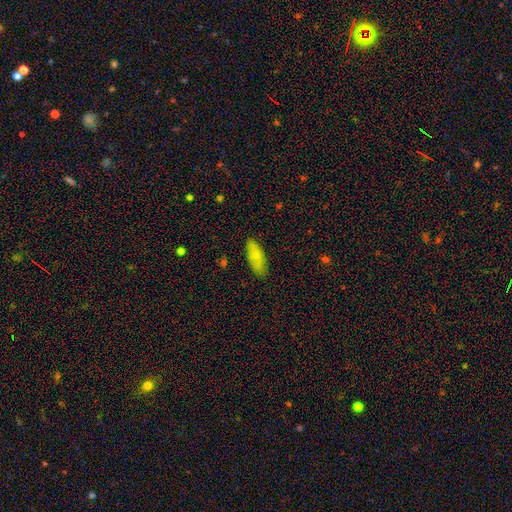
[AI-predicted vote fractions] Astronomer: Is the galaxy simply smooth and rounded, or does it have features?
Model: smooth — 79%.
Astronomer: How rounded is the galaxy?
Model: in between — 71%.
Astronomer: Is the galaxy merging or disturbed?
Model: none — 85%.